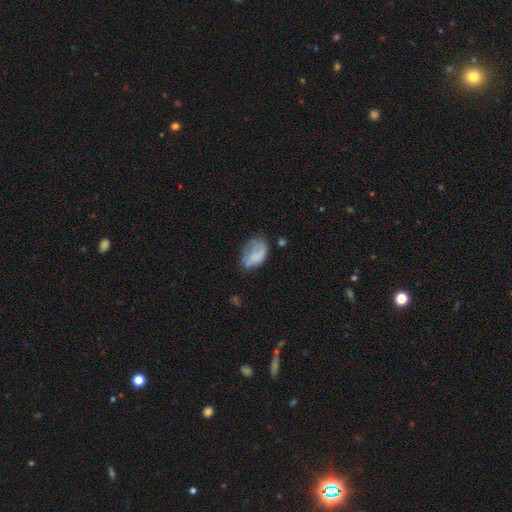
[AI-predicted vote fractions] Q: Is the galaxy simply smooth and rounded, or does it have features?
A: smooth — 62%.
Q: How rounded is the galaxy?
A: in between — 86%.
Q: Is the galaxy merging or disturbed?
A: none — 37%.